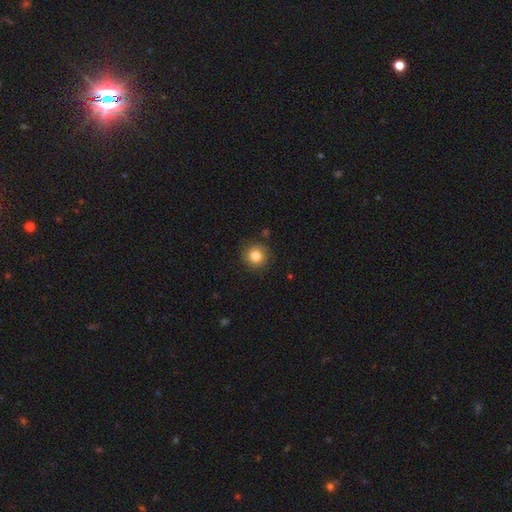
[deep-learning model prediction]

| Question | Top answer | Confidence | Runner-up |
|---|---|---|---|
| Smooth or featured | smooth | 82% | star or artifact (11%) |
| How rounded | round | 92% | in between (7%) |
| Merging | none | 89% | minor disturbance (7%) |